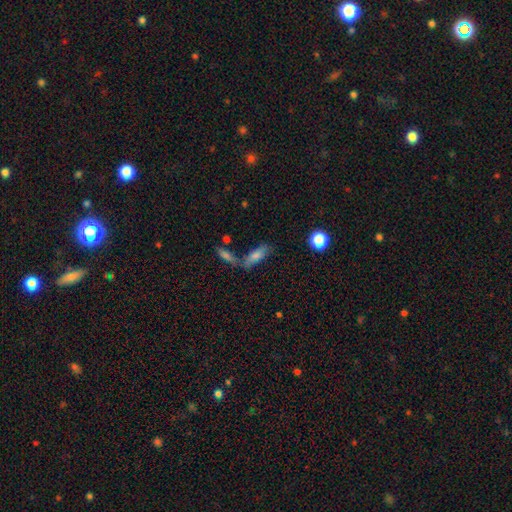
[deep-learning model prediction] Smooth or featured?
  - smooth: 73% *
  - featured or disk: 19%
  - star or artifact: 9%
How rounded?
  - in between: 59% *
  - cigar-shaped: 38%
  - round: 3%
Merging?
  - none: 50% *
  - merger: 28%
  - minor disturbance: 16%
  - major disturbance: 6%